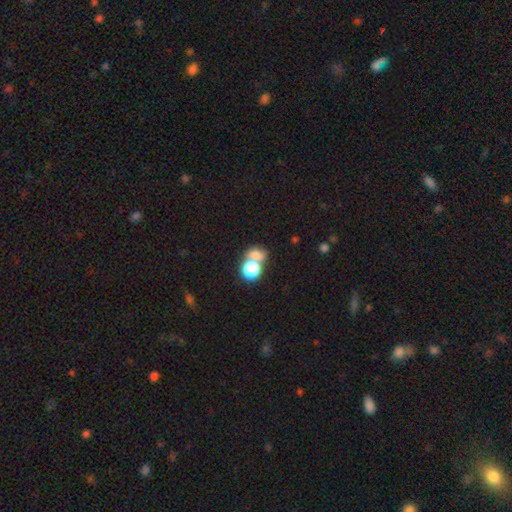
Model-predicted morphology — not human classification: Overall: smooth (67%). How rounded: round (50%; in between 48%). Merging: merger (43%, tied with none).